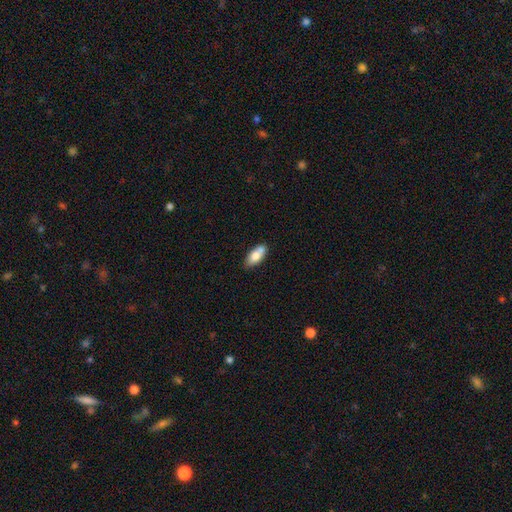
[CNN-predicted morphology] smooth-or-featured: smooth: 75% | featured or disk: 18% | star or artifact: 7%
  how-rounded: in between: 84% | cigar-shaped: 13% | round: 3%
  merging: none: 59% | merger: 20% | minor disturbance: 17% | major disturbance: 4%